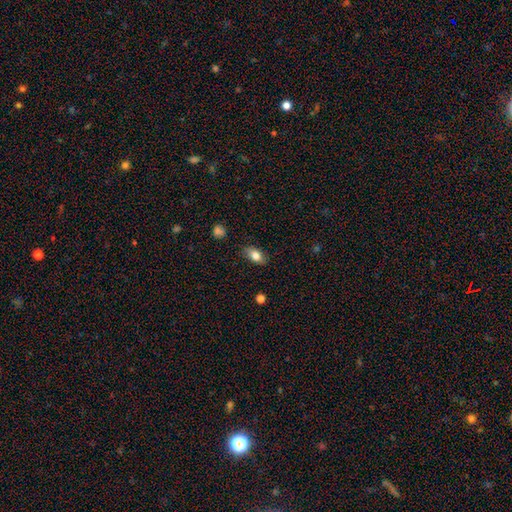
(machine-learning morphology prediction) Smooth or featured?
  - smooth: 80% *
  - featured or disk: 12%
  - star or artifact: 8%
How rounded?
  - in between: 86% *
  - round: 9%
  - cigar-shaped: 5%
Merging?
  - none: 83% *
  - minor disturbance: 13%
  - major disturbance: 3%
  - merger: 1%